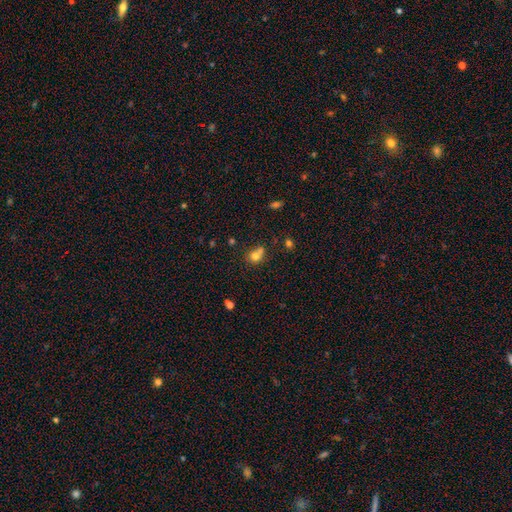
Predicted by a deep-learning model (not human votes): Smooth or featured? Predicted: smooth (p=0.75). How rounded? Predicted: round (p=0.73). Merging? Predicted: merger (p=0.47).